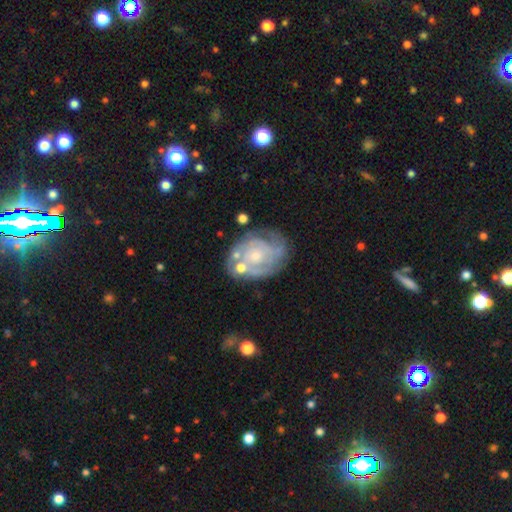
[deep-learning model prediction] The model was most divided on "spiral arm count": can't tell: 39%, 2: 22%, 3: 20%, 4: 9%, 1: 6%, more than 4: 5%. More confident: edge-on disk — no (97%); spiral arms — yes (88%); smooth or featured — featured or disk (80%); bar — no (79%); bulge size — small (66%); spiral winding — tight (65%); merging — none (60%).